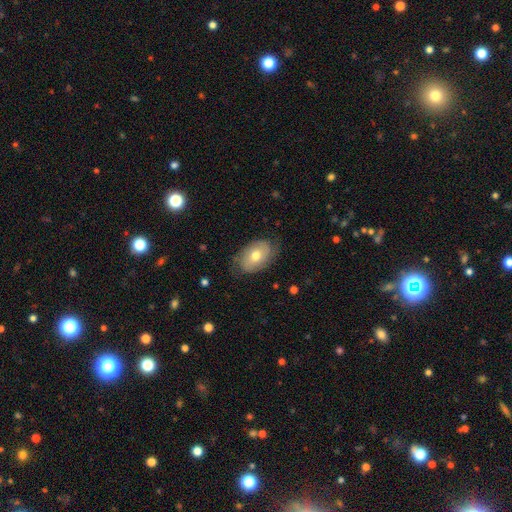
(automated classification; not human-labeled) The model was most divided on "smooth or featured": smooth: 58%, featured or disk: 36%, star or artifact: 7%. More confident: how rounded — in between (87%); merging — none (71%).